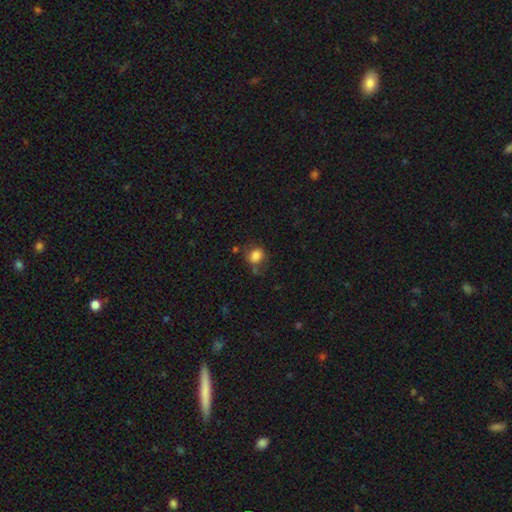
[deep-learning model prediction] The model was most divided on "how rounded": round: 56%, in between: 43%, cigar-shaped: 1%. More confident: smooth or featured — smooth (83%); merging — none (61%).